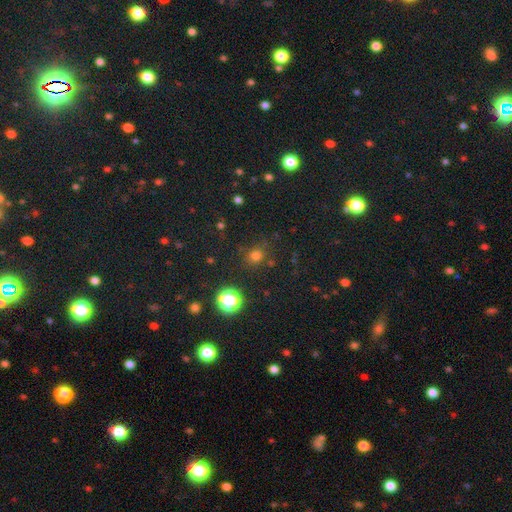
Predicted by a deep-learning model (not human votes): Smooth or featured? Predicted: smooth (p=0.68). How rounded? Predicted: round (p=0.84). Merging? Predicted: none (p=0.82).